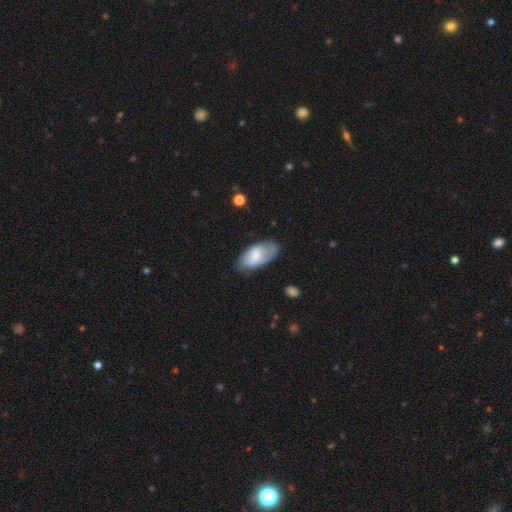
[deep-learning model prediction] Q: Smooth or featured?
A: smooth (68%); runner-up: featured or disk (26%)
Q: How rounded?
A: in between (93%); runner-up: cigar-shaped (4%)
Q: Merging?
A: none (62%); runner-up: minor disturbance (27%)